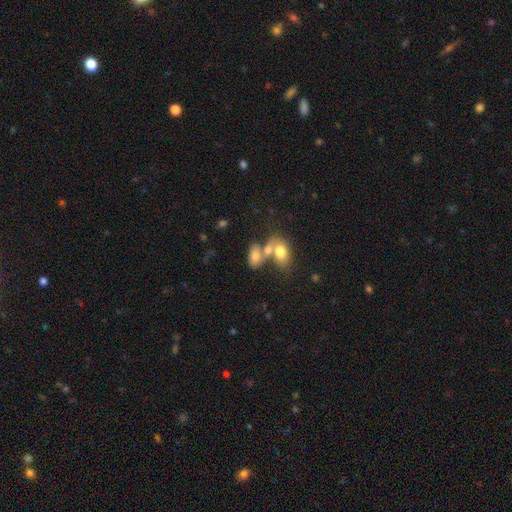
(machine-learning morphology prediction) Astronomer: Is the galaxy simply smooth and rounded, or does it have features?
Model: smooth — 74%.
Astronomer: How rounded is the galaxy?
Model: in between — 89%.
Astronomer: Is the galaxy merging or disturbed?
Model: merger — 58%.